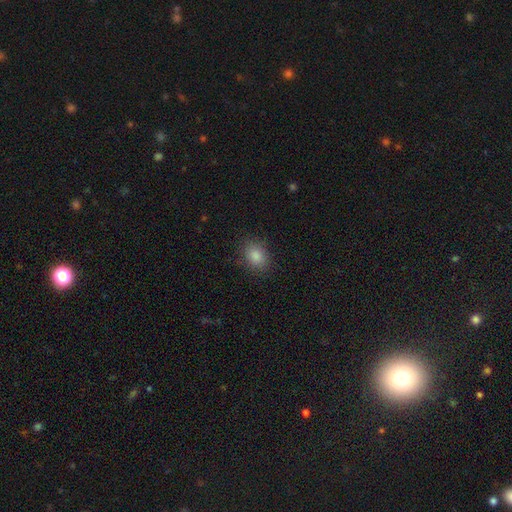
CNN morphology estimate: smooth-or-featured: smooth: 86% | star or artifact: 9% | featured or disk: 5%
  how-rounded: in between: 71% | round: 28% | cigar-shaped: 1%
  merging: none: 84% | minor disturbance: 12% | major disturbance: 4% | merger: 1%